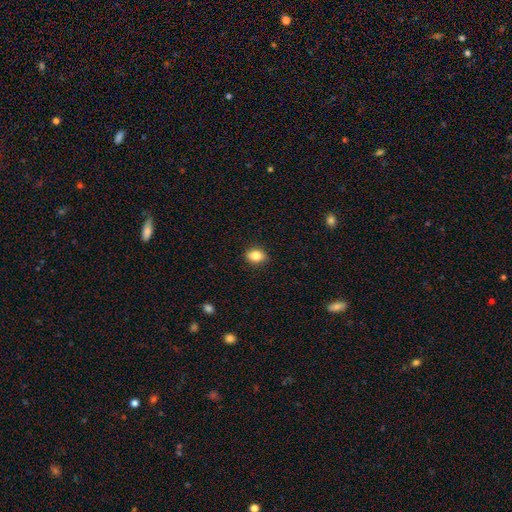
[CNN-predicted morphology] Smooth or featured? smooth (84%)
How rounded? in between (67%)
Merging? none (88%)